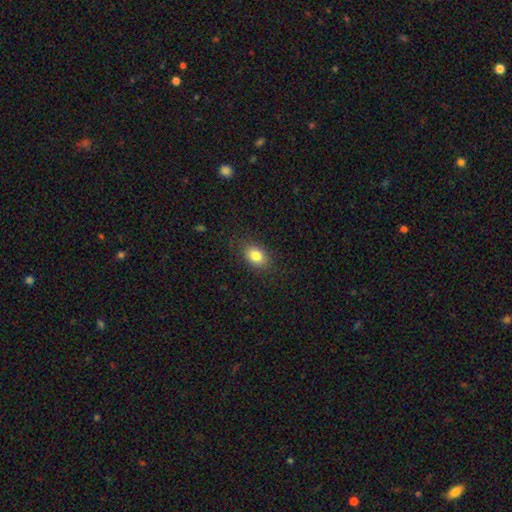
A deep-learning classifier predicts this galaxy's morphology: A smooth galaxy with no disk features (82%) that is in between round and cigar-shaped (75%). Merging: none (86%).